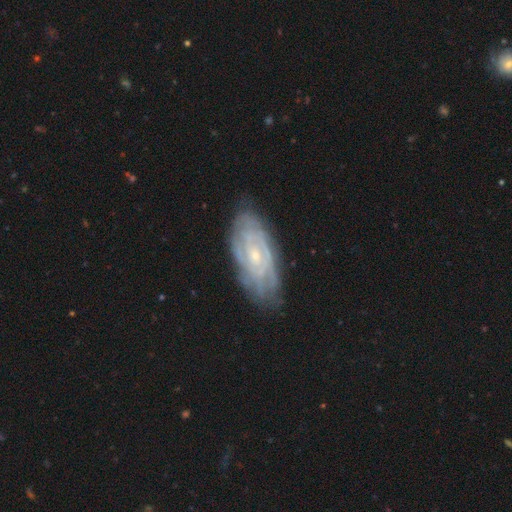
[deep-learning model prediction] smooth-or-featured: featured or disk: 81% | smooth: 13% | star or artifact: 6%
  disk-edge-on: no: 93% | yes: 7%
    bar: no: 59% | weak: 33% | strong: 7%
    has-spiral-arms: yes: 92% | no: 8%
      spiral-winding: tight: 74% | medium: 21% | loose: 5%
      spiral-arm-count: can't tell: 47% | 2: 19% | 3: 12% | 4: 11% | more than 4: 6% | 1: 5%
    bulge-size: small: 70% | moderate: 25% | none: 2% | large: 1% | dominant: 1%
  merging: none: 77% | minor disturbance: 17% | major disturbance: 4% | merger: 1%